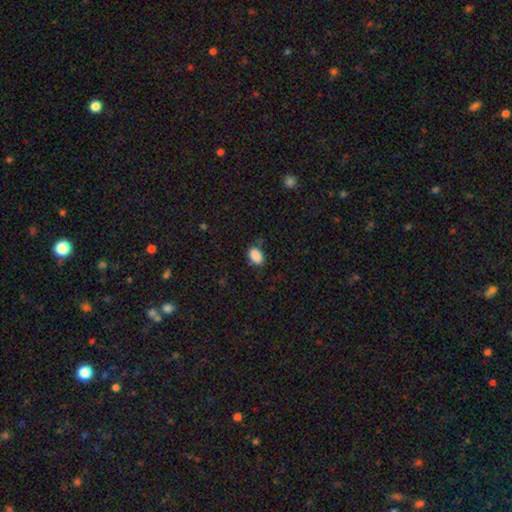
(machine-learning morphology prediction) This is clearly a smooth galaxy (89%). How rounded: clearly in between (87%). Merging: likely none (77%).